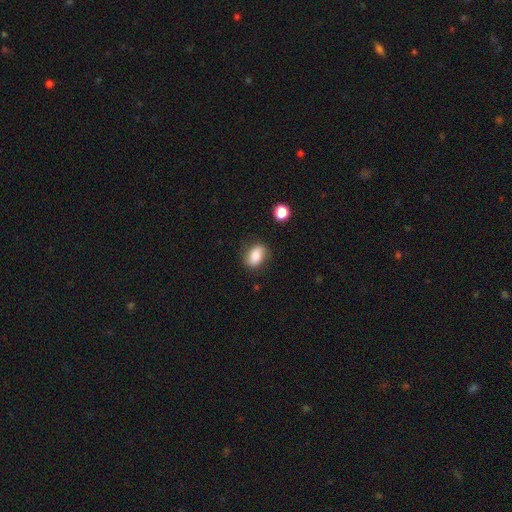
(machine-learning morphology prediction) smooth 78%, featured or disk 13%, star or artifact 9%. Down the decision tree: how rounded — in between (77%); merging — none (77%).